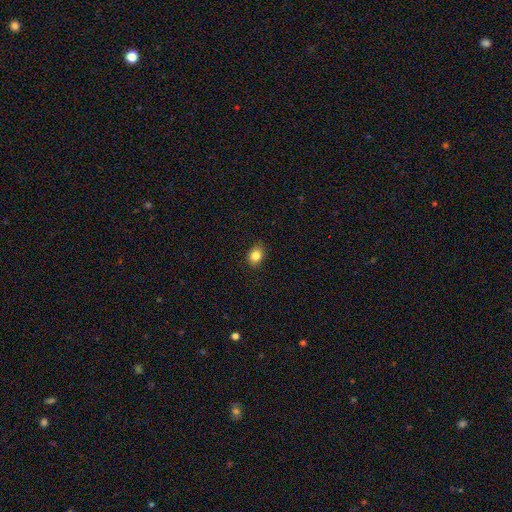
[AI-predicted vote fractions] Smooth or featured: smooth — 84% (star or artifact — 10%)
How rounded: in between — 52% (round — 47%)
Merging: none — 87% (minor disturbance — 10%)